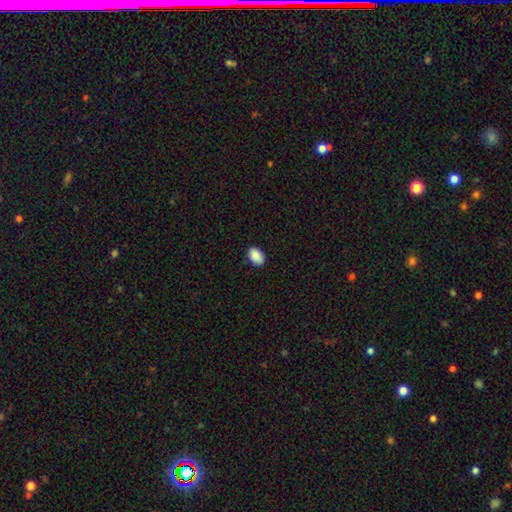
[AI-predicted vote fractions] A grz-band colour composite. It shows a smooth galaxy with no disk features (90%) that is in between round and cigar-shaped (87%). Merging: none (88%).